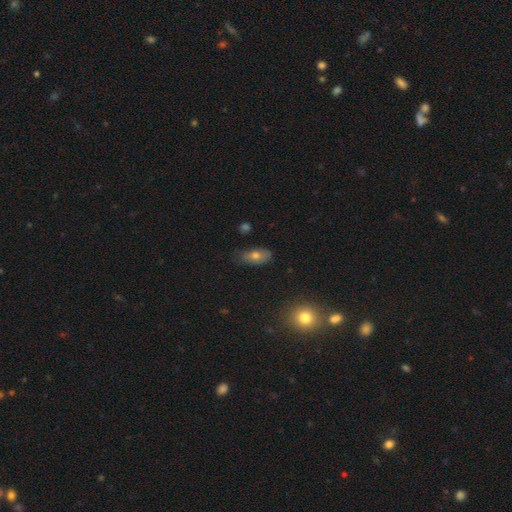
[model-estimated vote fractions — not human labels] A smooth galaxy with no disk features (64%) that is in between round and cigar-shaped (82%). Merging: none (67%).